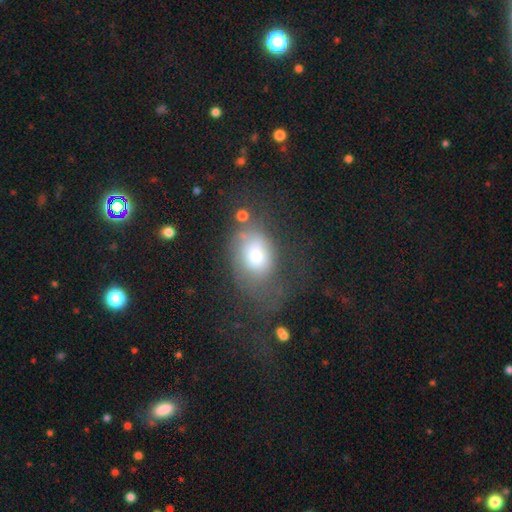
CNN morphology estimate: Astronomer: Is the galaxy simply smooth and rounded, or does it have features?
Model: smooth — 64%.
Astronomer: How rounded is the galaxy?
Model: in between — 73%.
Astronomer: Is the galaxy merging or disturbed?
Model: none — 36% (runner-up: major disturbance, 34%).